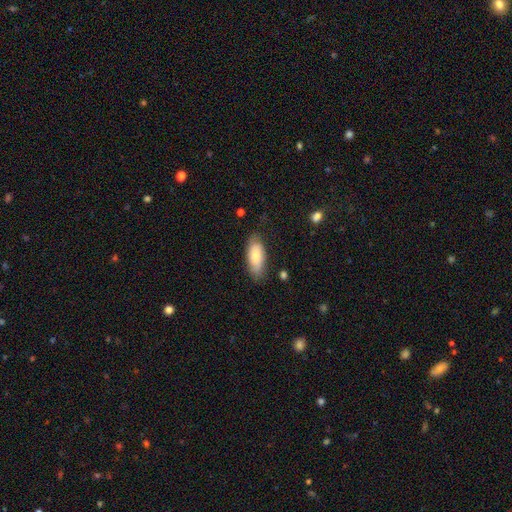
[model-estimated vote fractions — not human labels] Smooth or featured?
  - smooth: 76% *
  - featured or disk: 18%
  - star or artifact: 6%
How rounded?
  - in between: 84% *
  - cigar-shaped: 14%
  - round: 2%
Merging?
  - none: 72% *
  - minor disturbance: 21%
  - major disturbance: 5%
  - merger: 2%